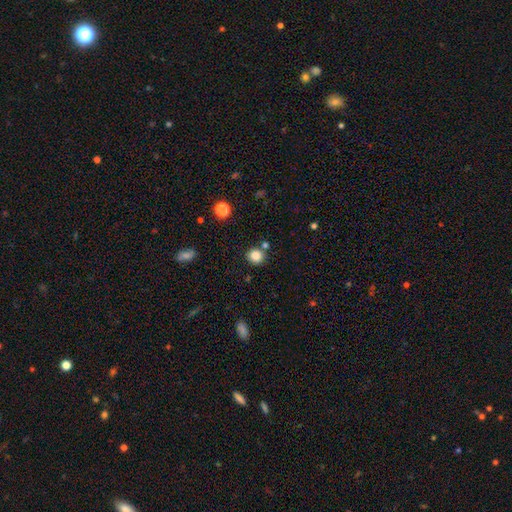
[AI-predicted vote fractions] Q: Smooth or featured?
A: smooth (84%); runner-up: star or artifact (11%)
Q: How rounded?
A: round (88%); runner-up: in between (11%)
Q: Merging?
A: none (80%); runner-up: minor disturbance (8%)